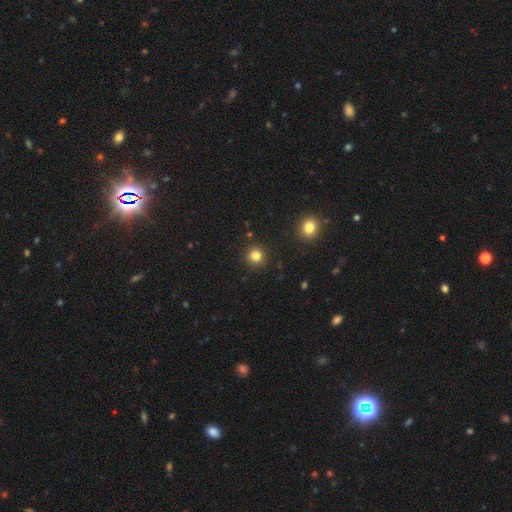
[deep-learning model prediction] Overall: smooth (82%). How rounded: round (93%). Merging: none (91%).